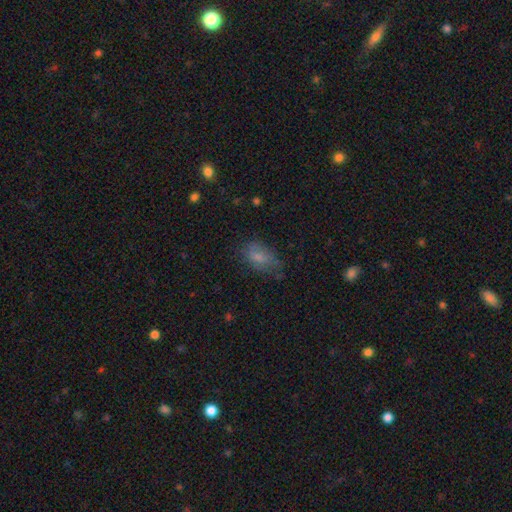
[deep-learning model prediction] This is likely a smooth galaxy (72%). How rounded: clearly in between (88%). Merging: possibly none (59%).